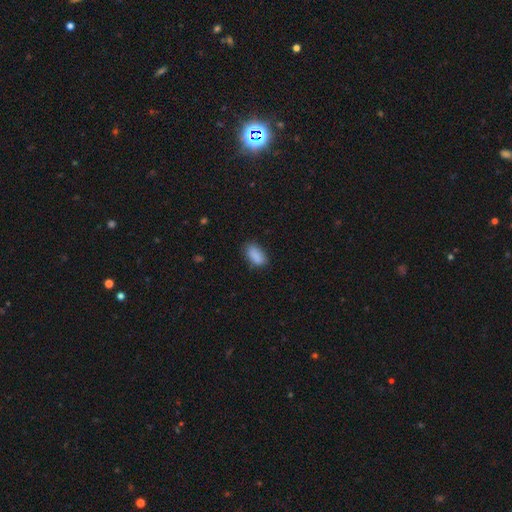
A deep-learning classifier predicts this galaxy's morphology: Smooth or featured: smooth — 88% (star or artifact — 8%)
How rounded: in between — 90% (cigar-shaped — 6%)
Merging: none — 78% (minor disturbance — 17%)